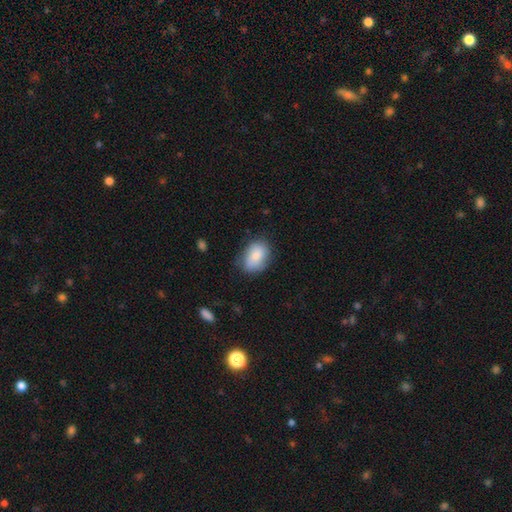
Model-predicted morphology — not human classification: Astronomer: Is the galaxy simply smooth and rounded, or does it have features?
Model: smooth — 80%.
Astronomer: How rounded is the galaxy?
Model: in between — 78%.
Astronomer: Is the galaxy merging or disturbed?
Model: none — 71%.